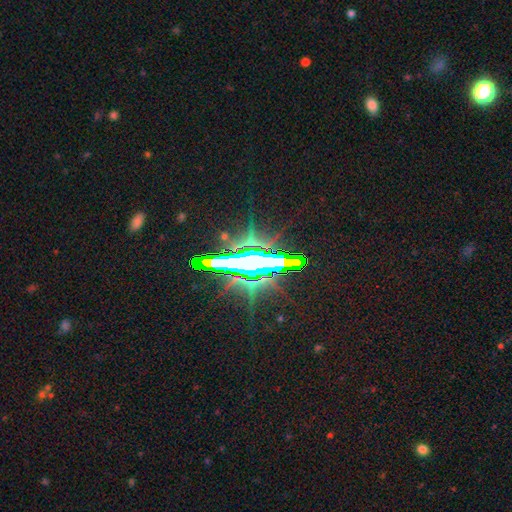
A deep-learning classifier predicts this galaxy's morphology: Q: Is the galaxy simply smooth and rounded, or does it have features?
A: star or artifact — 51%.